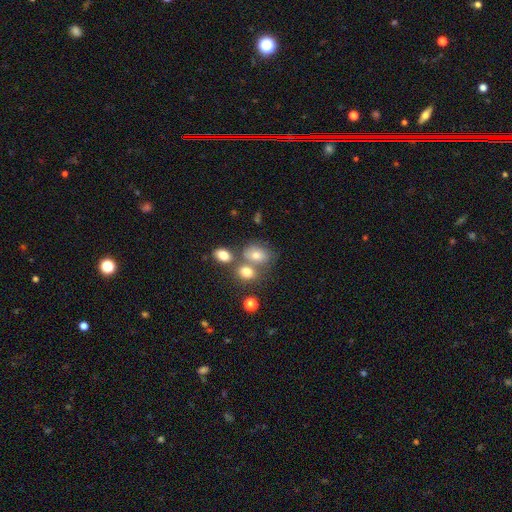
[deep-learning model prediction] Q: Smooth or featured?
A: smooth (67%); runner-up: featured or disk (18%)
Q: How rounded?
A: in between (58%); runner-up: round (41%)
Q: Merging?
A: none (44%); runner-up: merger (38%)